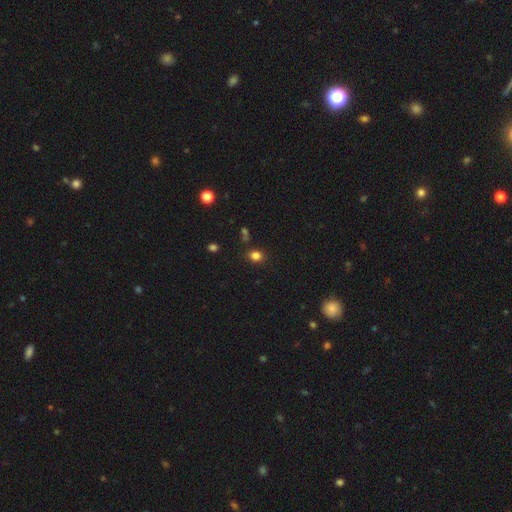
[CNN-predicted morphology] Smooth or featured? Predicted: smooth (p=0.81). How rounded? Predicted: round (p=0.58). Merging? Predicted: none (p=0.82).